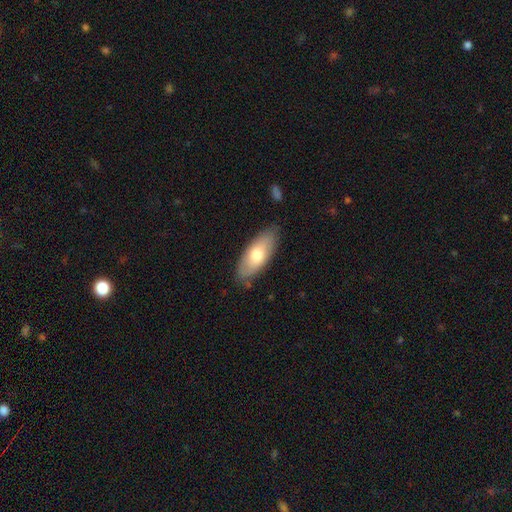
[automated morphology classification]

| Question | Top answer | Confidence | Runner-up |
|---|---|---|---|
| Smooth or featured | smooth | 68% | featured or disk (26%) |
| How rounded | in between | 82% | cigar-shaped (16%) |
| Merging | none | 79% | minor disturbance (16%) |